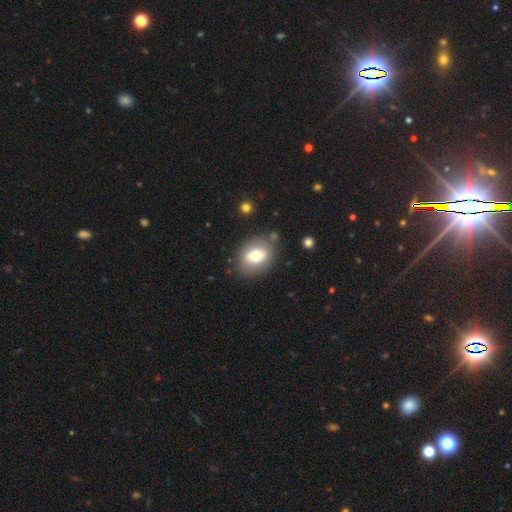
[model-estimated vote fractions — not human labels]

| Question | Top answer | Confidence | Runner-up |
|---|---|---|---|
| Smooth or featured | smooth | 72% | featured or disk (19%) |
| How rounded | in between | 65% | round (34%) |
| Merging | none | 78% | minor disturbance (13%) |